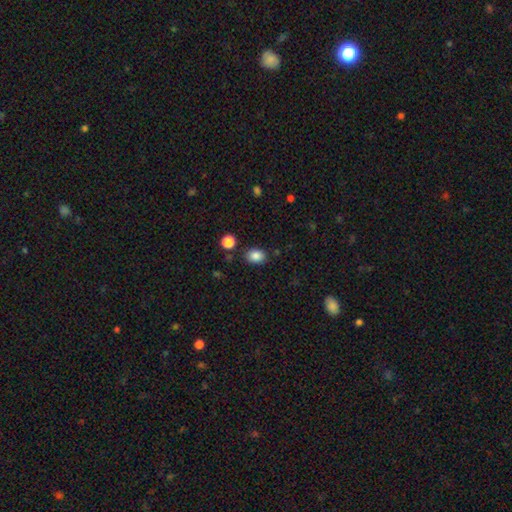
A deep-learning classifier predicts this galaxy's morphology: This appears to be a smooth galaxy with no disk features (86%) that is in between round and cigar-shaped (59%). Merging: none (84%).